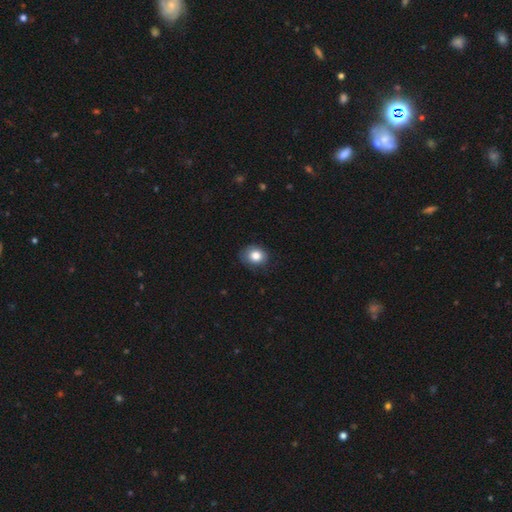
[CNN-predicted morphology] Smooth or featured? Predicted: smooth (p=0.81). How rounded? Predicted: round (p=0.64). Merging? Predicted: none (p=0.76).